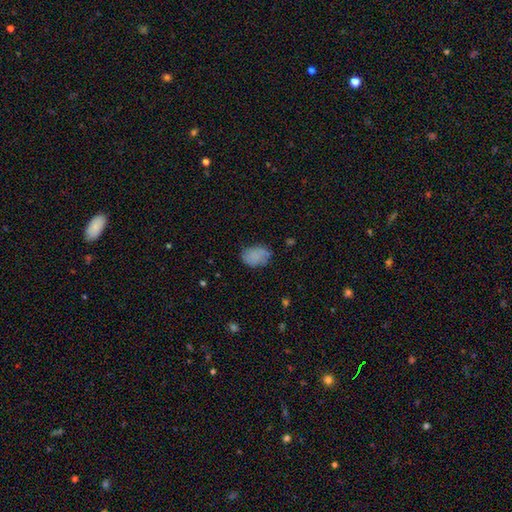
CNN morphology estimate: The model was most divided on "merging": none: 65%, minor disturbance: 26%, major disturbance: 7%, merger: 2%. More confident: smooth or featured — smooth (81%); how rounded — in between (74%).